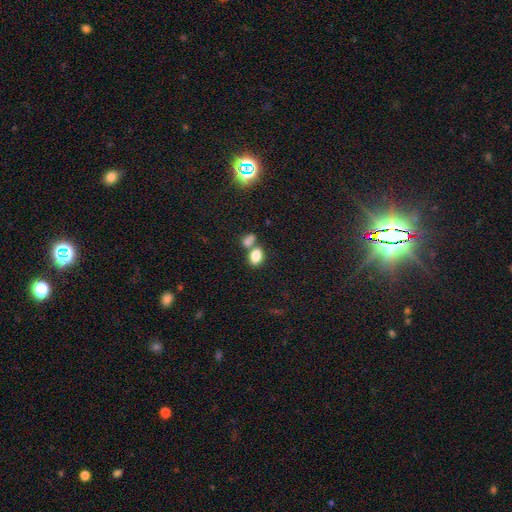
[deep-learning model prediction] Smooth or featured? Predicted: smooth (p=0.83). How rounded? Predicted: in between (p=0.81). Merging? Predicted: none (p=0.45).